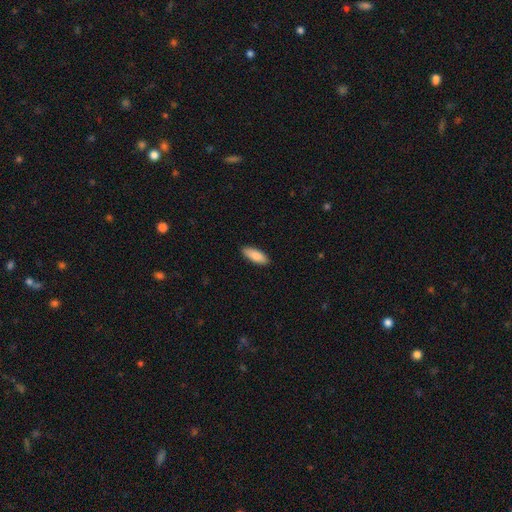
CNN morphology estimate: Overall: smooth (88%). How rounded: in between (68%; cigar-shaped 31%). Merging: none (89%).